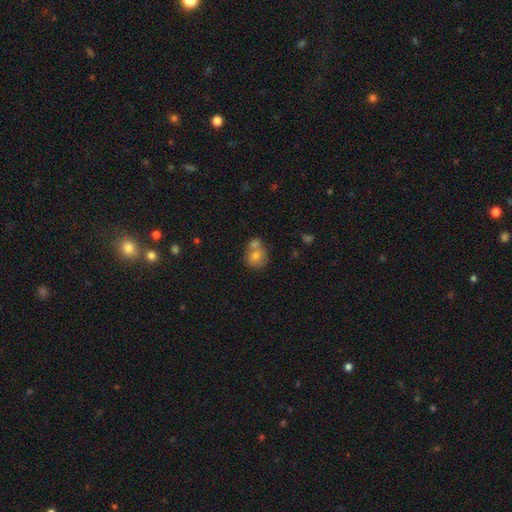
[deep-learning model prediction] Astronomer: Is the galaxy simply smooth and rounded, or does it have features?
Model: smooth — 73%.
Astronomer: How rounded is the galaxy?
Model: round — 69%.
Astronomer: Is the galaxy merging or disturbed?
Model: merger — 54% (runner-up: none, 33%).